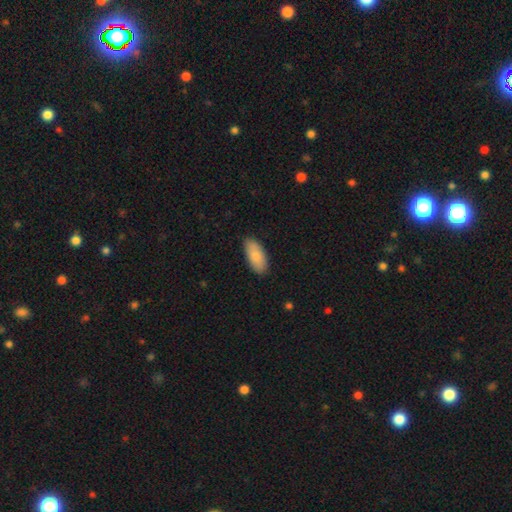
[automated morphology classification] Overall: smooth (84%). How rounded: in between (92%). Merging: none (86%).